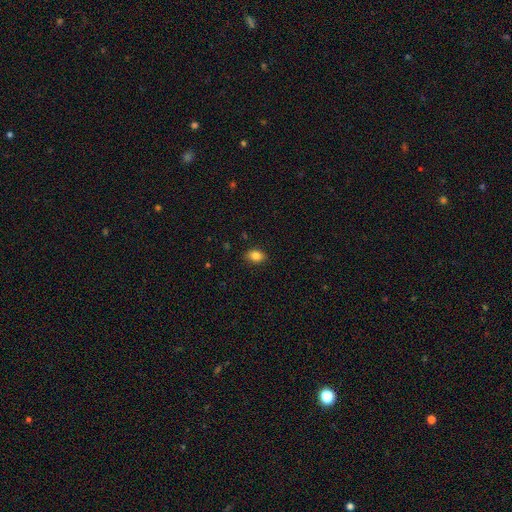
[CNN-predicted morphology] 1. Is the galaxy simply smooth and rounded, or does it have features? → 84% smooth, 9% star or artifact, 6% featured or disk.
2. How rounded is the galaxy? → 76% in between, 23% round, 1% cigar-shaped.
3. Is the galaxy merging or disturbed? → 87% none, 10% minor disturbance, 2% major disturbance, 1% merger.